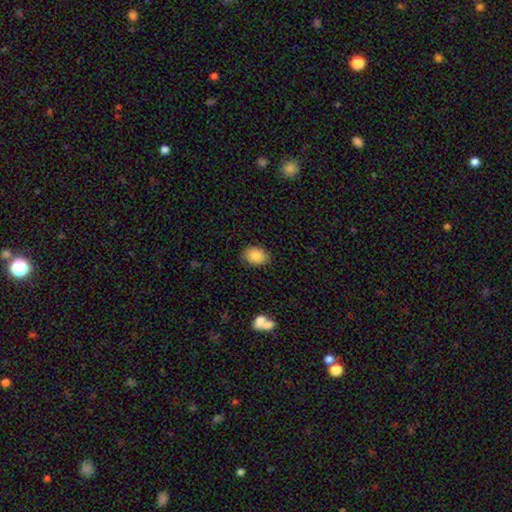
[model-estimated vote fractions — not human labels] Smooth or featured: smooth — 86% (star or artifact — 8%)
How rounded: in between — 64% (round — 35%)
Merging: none — 83% (minor disturbance — 12%)